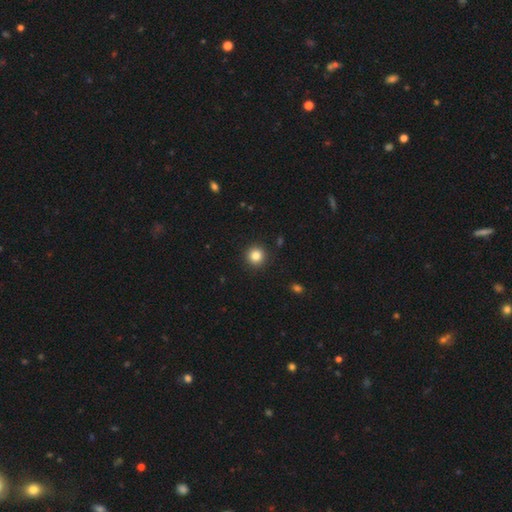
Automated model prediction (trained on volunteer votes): smooth 84%, star or artifact 11%, featured or disk 5%. Down the decision tree: how rounded — round (95%); merging — none (92%).